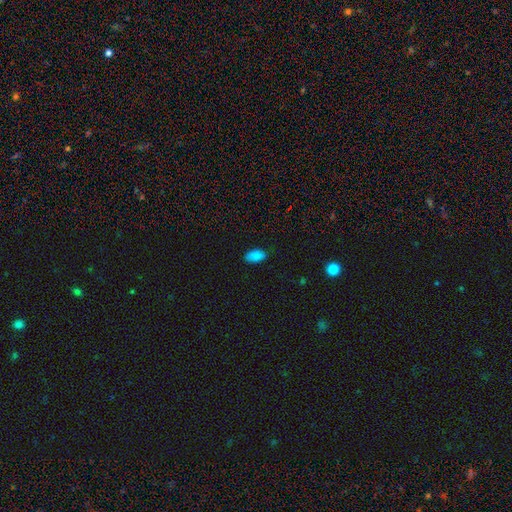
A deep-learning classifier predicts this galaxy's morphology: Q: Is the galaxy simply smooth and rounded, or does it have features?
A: smooth — 85%.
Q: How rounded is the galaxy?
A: in between — 94%.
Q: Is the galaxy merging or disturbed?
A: none — 83%.